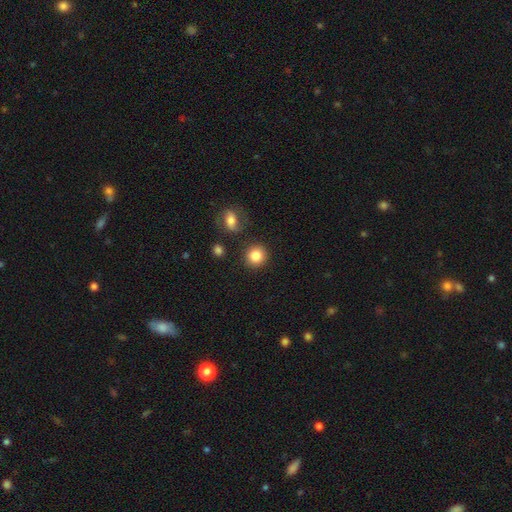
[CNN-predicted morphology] This appears to be a smooth galaxy with no disk features (85%) that is round (90%). Merging: none (85%).